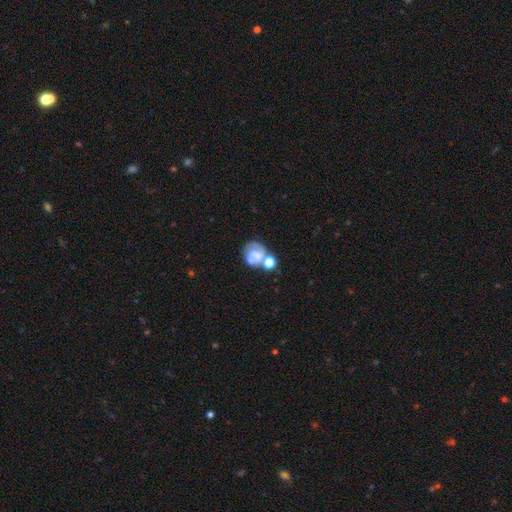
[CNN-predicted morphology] Q: Smooth or featured?
A: featured or disk (47%); runner-up: smooth (41%)
Q: Merging?
A: none (35%); runner-up: merger (33%)